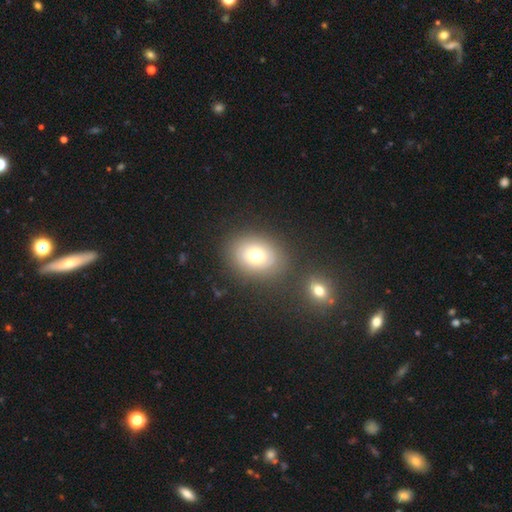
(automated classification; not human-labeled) A smooth galaxy with no disk features (63%) that is in between round and cigar-shaped (60%).

Vote fractions:
- Smooth or featured? smooth: 63% / featured or disk: 26% / star or artifact: 12%
- How rounded? in between: 60% / round: 39% / cigar-shaped: 1%
- Merging? none: 78% / minor disturbance: 11% / merger: 7% / major disturbance: 4%